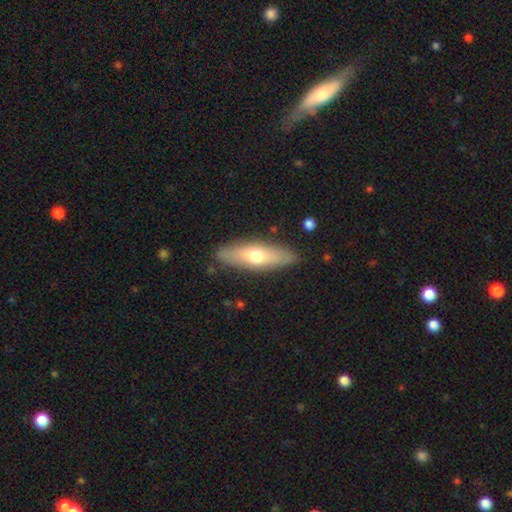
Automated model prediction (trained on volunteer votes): The model was most divided on "how rounded": cigar-shaped: 50%, in between: 47%, round: 2%. More confident: merging — none (86%); smooth or featured — smooth (59%).